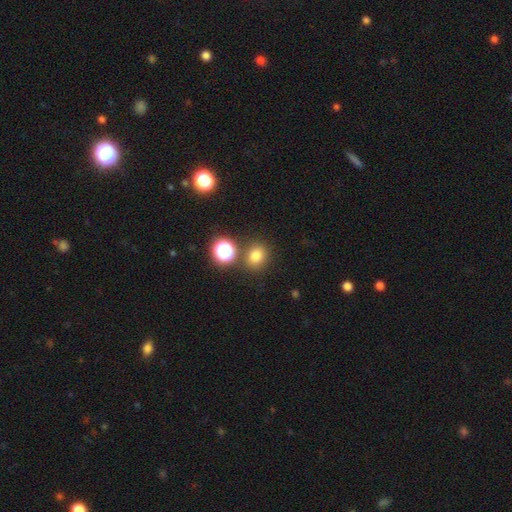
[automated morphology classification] Smooth or featured?
  - smooth: 76% *
  - star or artifact: 17%
  - featured or disk: 7%
How rounded?
  - round: 75% *
  - in between: 24%
  - cigar-shaped: 1%
Merging?
  - none: 80% *
  - minor disturbance: 9%
  - merger: 8%
  - major disturbance: 3%